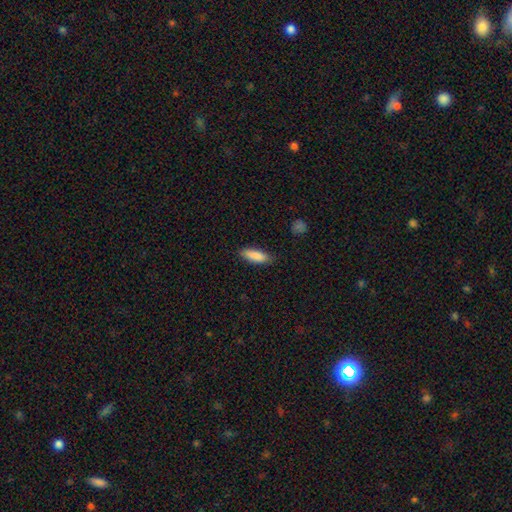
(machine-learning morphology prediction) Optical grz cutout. It shows a smooth galaxy with no disk features (87%) that is in between round and cigar-shaped (60%). Merging: none (83%).